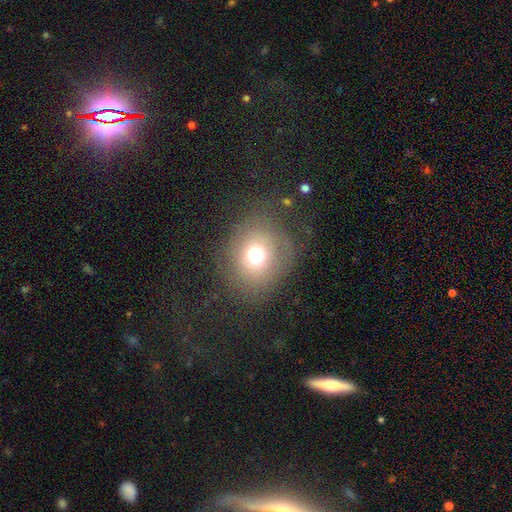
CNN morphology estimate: smooth 67%, featured or disk 17%, star or artifact 16%. Down the decision tree: how rounded — round (78%); merging — none (73%).